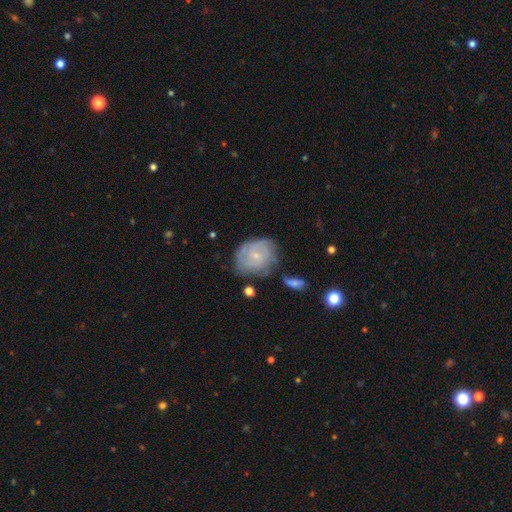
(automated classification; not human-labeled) smooth-or-featured: featured or disk: 68% | smooth: 25% | star or artifact: 7%
  disk-edge-on: no: 97% | yes: 3%
    bar: no: 76% | weak: 21% | strong: 3%
    has-spiral-arms: yes: 84% | no: 16%
      spiral-winding: tight: 67% | medium: 25% | loose: 8%
      spiral-arm-count: can't tell: 46% | 2: 21% | 3: 16% | 4: 8% | 1: 5% | more than 4: 4%
    bulge-size: small: 77% | moderate: 19% | none: 3% | large: 1% | dominant: 1%
  merging: none: 60% | minor disturbance: 25% | major disturbance: 10% | merger: 5%